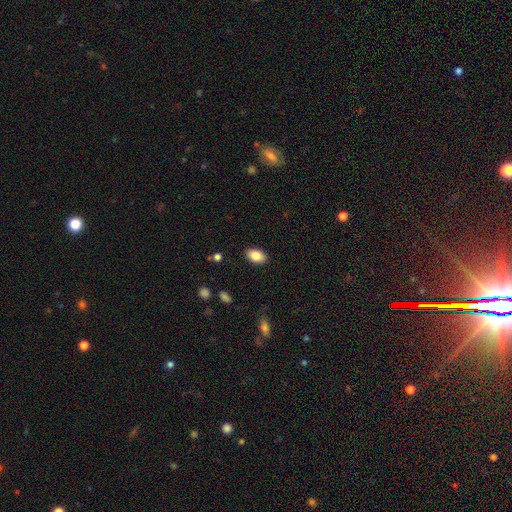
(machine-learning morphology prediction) This appears to be a smooth galaxy with no disk features (84%) that is in between round and cigar-shaped (91%). Merging: none (88%).